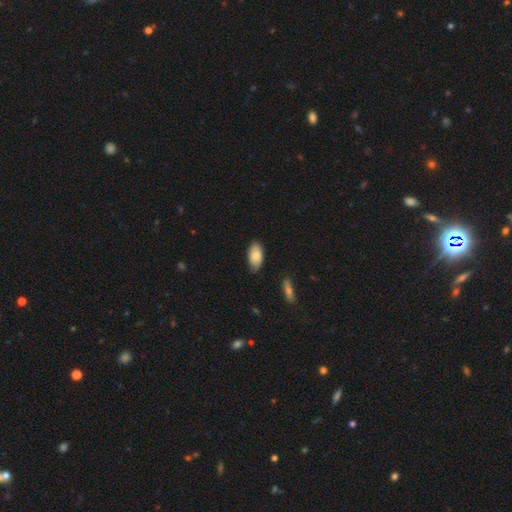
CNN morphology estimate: This appears to be a smooth galaxy with no disk features (85%) that is in between round and cigar-shaped (95%). Merging: none (77%).